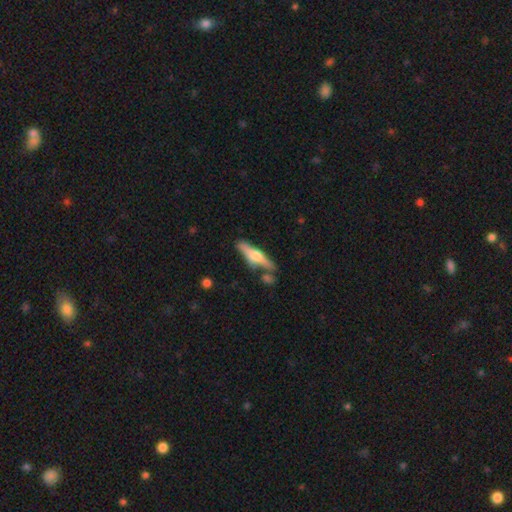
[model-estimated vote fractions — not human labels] A featured or disk galaxy (59%) viewed edge-on (95%) with a rounded central bulge (93%). Merging: none (73%).